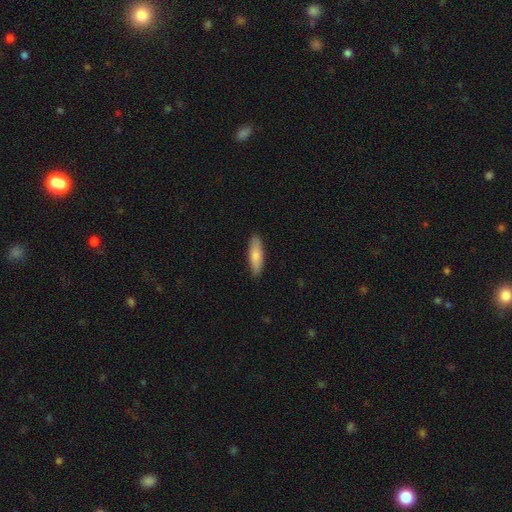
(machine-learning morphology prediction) A smooth galaxy with no disk features (80%) that is cigar-shaped (53%). Merging: none (87%).